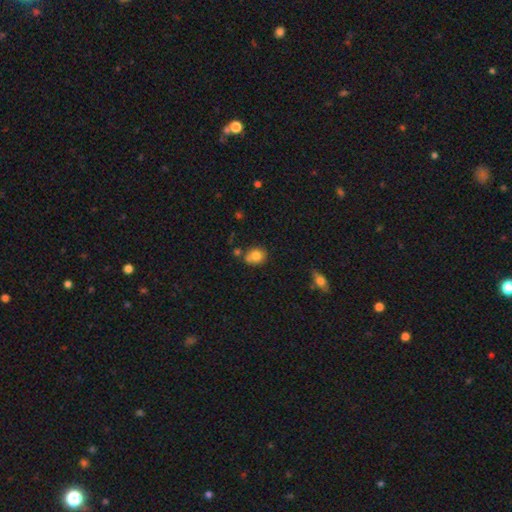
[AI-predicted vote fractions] A smooth galaxy with no disk features (79%) that is round (60%).

Vote fractions:
- Smooth or featured? smooth: 79% / featured or disk: 11% / star or artifact: 10%
- How rounded? round: 60% / in between: 39% / cigar-shaped: 1%
- Merging? none: 58% / minor disturbance: 20% / merger: 18% / major disturbance: 5%